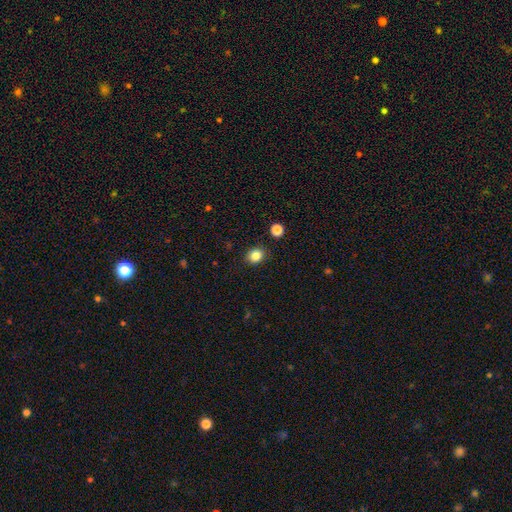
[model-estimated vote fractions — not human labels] Morphology: type=smooth (84%); roundness=round (65%); merging=none (88%).